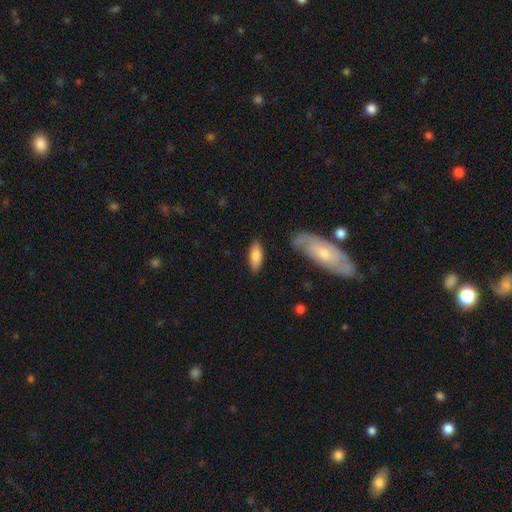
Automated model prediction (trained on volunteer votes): Smooth or featured? Predicted: smooth (p=0.78). How rounded? Predicted: in between (p=0.79). Merging? Predicted: none (p=0.82).